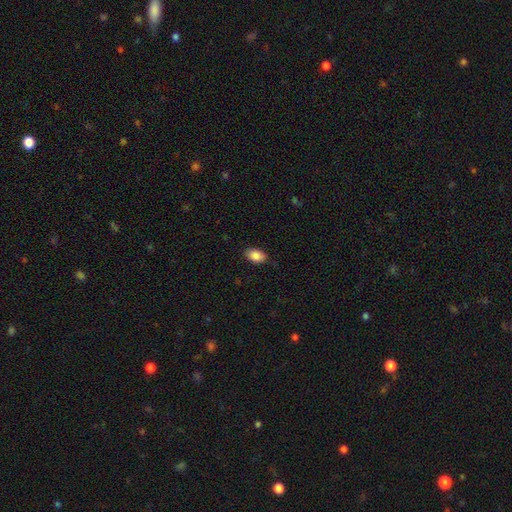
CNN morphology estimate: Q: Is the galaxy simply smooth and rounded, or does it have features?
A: smooth — 88%.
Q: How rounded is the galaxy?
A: in between — 90%.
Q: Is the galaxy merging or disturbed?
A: none — 85%.